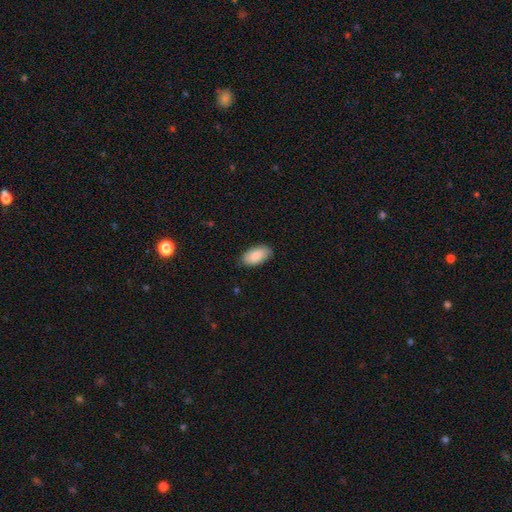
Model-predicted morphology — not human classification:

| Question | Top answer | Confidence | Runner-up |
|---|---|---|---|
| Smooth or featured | smooth | 87% | featured or disk (7%) |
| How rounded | in between | 94% | cigar-shaped (4%) |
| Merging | none | 86% | minor disturbance (11%) |